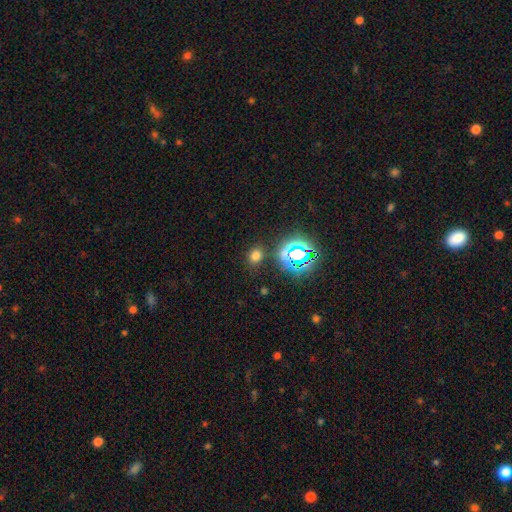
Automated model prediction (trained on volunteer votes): This appears to be a smooth galaxy with no disk features (65%) that is round (52%). Merging: none (84%).